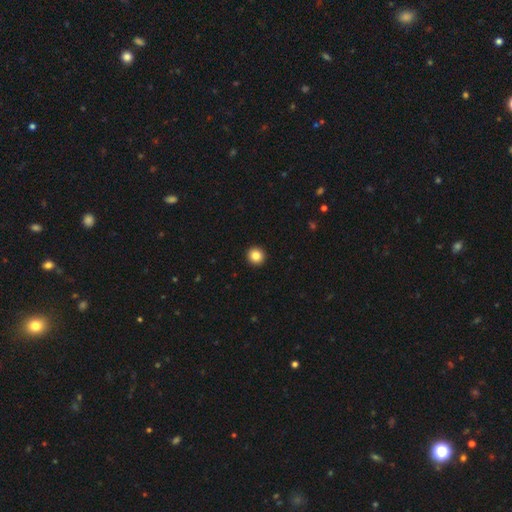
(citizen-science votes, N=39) Smooth or featured: smooth — 85% (featured or disk — 8%)
How rounded: round — 94% (in between — 6%)
Merging: none — 97% (minor disturbance — 3%)